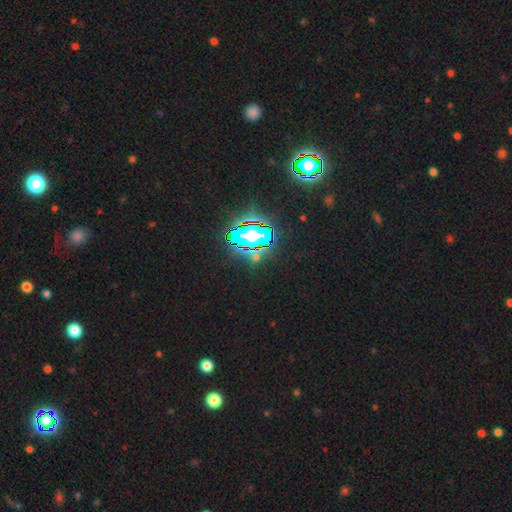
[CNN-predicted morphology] Smooth or featured? Predicted: star or artifact (p=0.71).